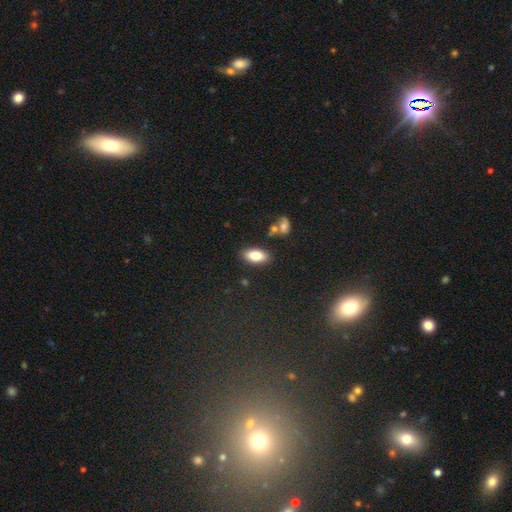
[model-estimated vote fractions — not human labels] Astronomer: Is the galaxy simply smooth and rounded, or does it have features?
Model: smooth — 82%.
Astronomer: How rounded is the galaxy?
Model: in between — 90%.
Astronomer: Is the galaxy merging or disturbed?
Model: none — 83%.